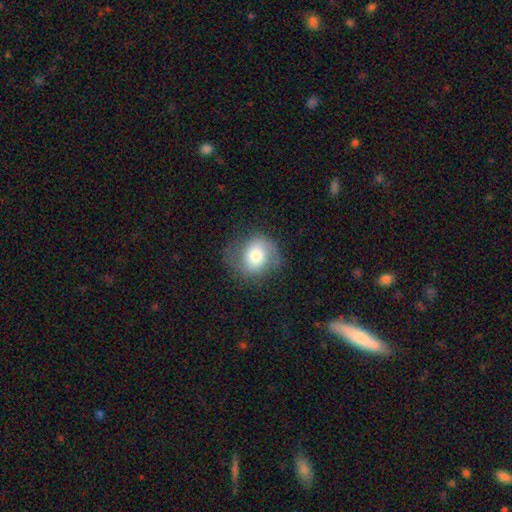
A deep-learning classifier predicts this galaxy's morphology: Overall: featured or disk (53%; smooth 39%). Edge-on disk: no (97%). Bar: no (63%; weak 28%). Spiral arms: yes (86%). Bulge size: moderate (58%; large 22%). Merging: none (69%).